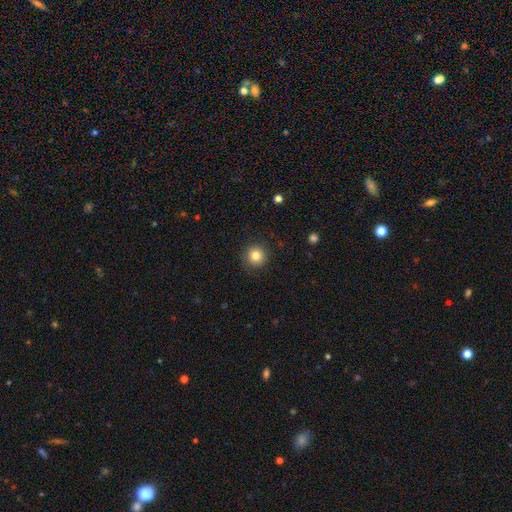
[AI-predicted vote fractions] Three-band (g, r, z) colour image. It shows a smooth galaxy with no disk features (82%) that is round (95%). Merging: none (90%).